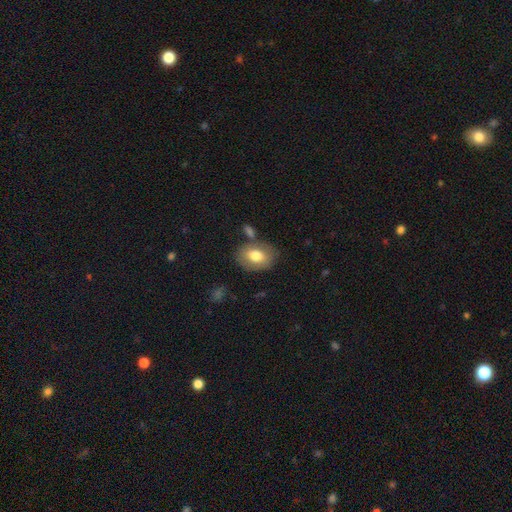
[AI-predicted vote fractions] The model was most divided on "how rounded": in between: 75%, round: 24%, cigar-shaped: 1%. More confident: smooth or featured — smooth (72%); merging — none (71%).